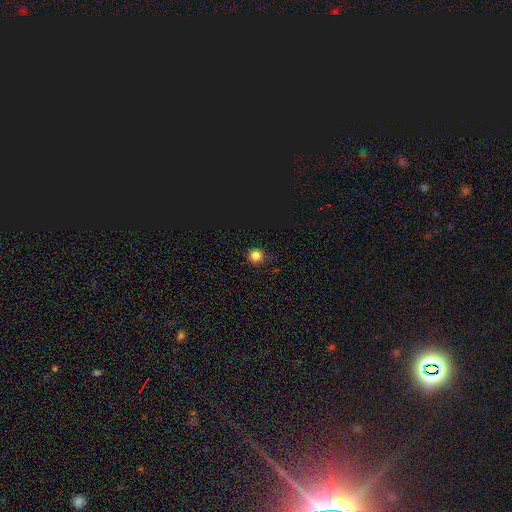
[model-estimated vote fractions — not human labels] Q: Smooth or featured?
A: smooth (80%); runner-up: star or artifact (16%)
Q: How rounded?
A: round (92%); runner-up: in between (7%)
Q: Merging?
A: none (82%); runner-up: minor disturbance (13%)